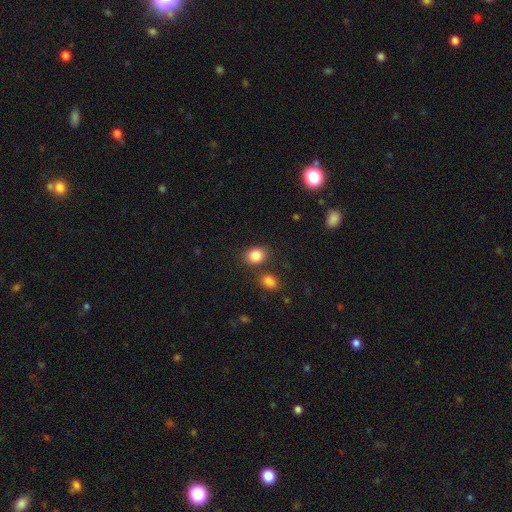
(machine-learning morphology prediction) A smooth galaxy with no disk features (85%) that is round (55%). Merging: none (74%).